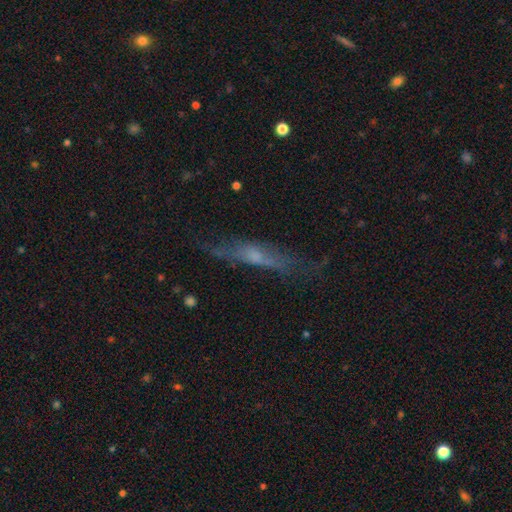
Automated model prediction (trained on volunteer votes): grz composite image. It shows a featured or disk galaxy (52%) viewed edge-on (68%). Merging: none (56%).